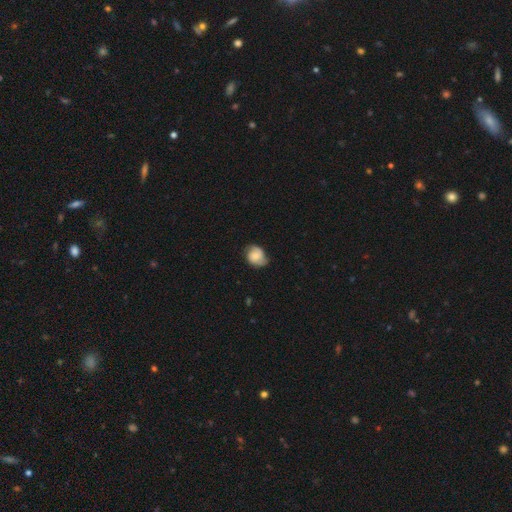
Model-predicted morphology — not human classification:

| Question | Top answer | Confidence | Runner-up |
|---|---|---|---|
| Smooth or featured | smooth | 48% | featured or disk (44%) |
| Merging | none | 63% | minor disturbance (29%) |